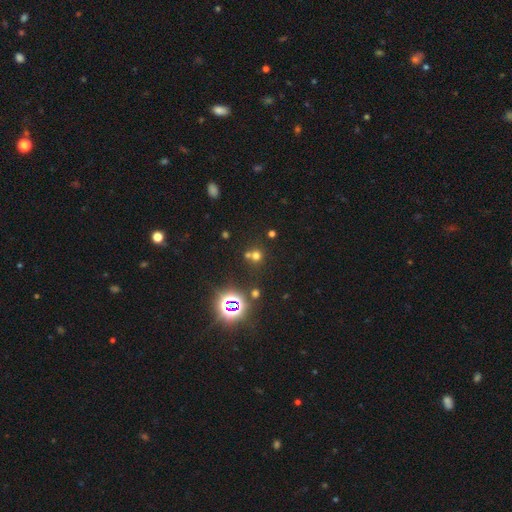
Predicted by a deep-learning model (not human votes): This is possibly a smooth galaxy (53%). How rounded: clearly round (89%). Merging: possibly none (58%).